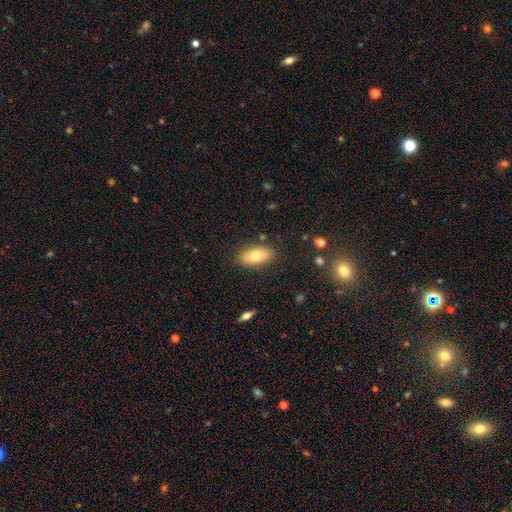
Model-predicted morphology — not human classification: type=smooth (72%); roundness=in between (90%); merging=none (84%).